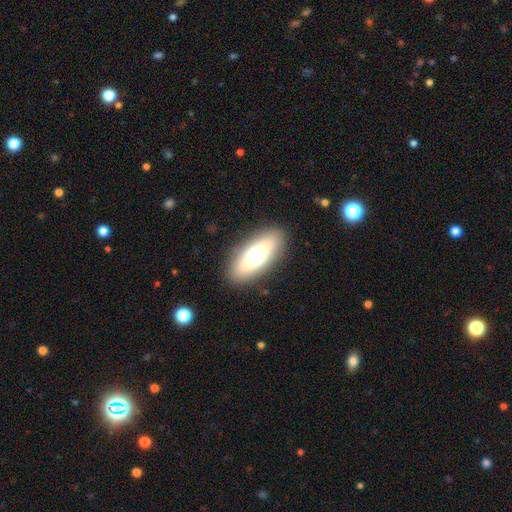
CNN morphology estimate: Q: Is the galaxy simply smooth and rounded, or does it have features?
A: smooth — 68%.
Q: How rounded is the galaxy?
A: in between — 77%.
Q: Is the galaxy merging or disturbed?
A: none — 87%.